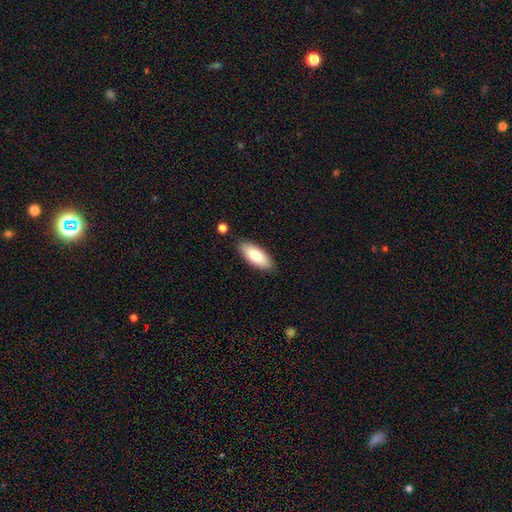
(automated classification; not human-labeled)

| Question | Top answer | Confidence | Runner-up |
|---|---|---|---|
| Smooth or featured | smooth | 79% | featured or disk (15%) |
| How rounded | in between | 81% | cigar-shaped (17%) |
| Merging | none | 84% | minor disturbance (11%) |